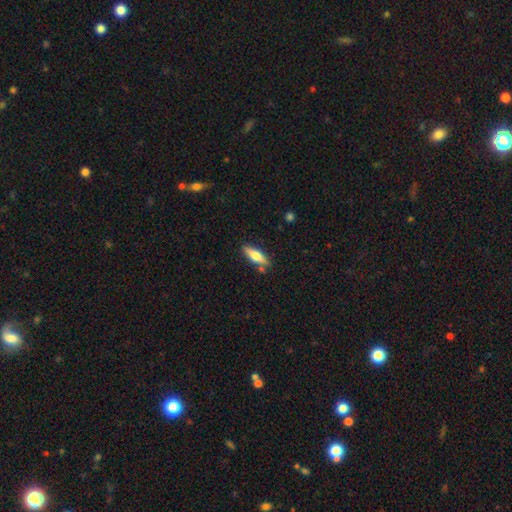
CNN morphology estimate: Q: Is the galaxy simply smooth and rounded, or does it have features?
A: smooth — 63%.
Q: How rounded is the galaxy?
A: cigar-shaped — 50%.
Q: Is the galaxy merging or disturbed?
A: none — 80%.